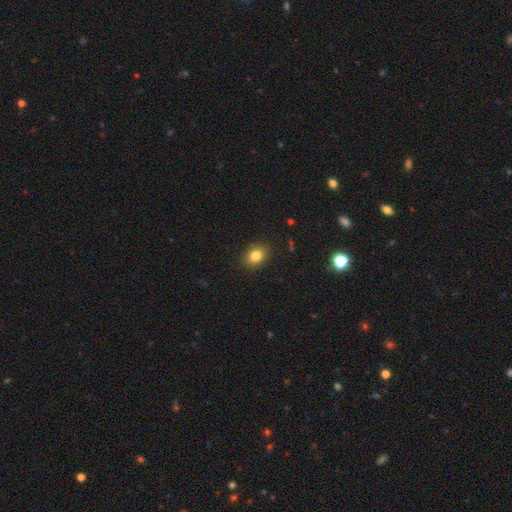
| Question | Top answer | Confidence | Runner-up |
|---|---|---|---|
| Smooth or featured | smooth | 90% | featured or disk (5%) |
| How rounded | in between | 60% | round (40%) |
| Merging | none | 86% | minor disturbance (8%) |